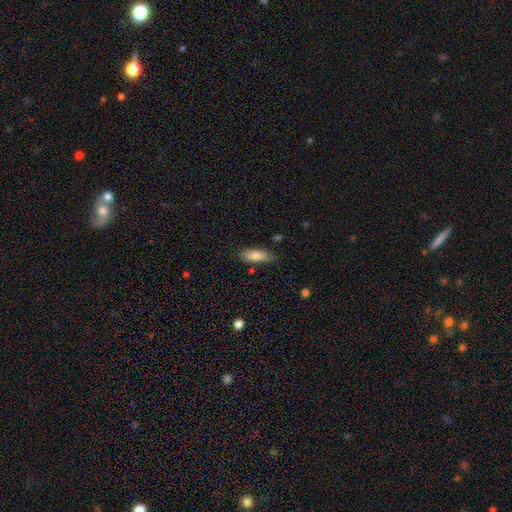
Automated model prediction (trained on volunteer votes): Overall: smooth (84%). How rounded: in between (70%). Merging: none (79%).